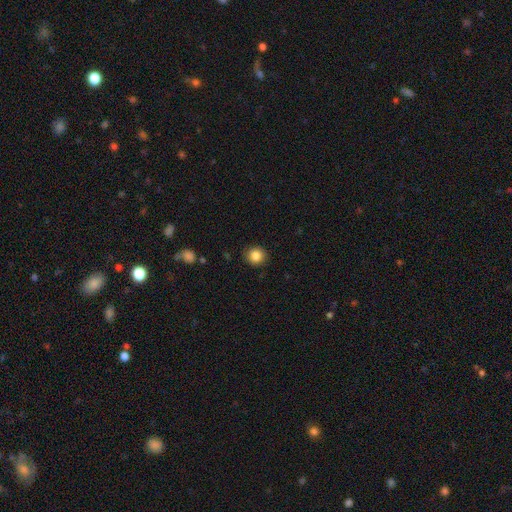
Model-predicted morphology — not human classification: Smooth or featured? Predicted: smooth (p=0.85). How rounded? Predicted: round (p=0.91). Merging? Predicted: none (p=0.91).